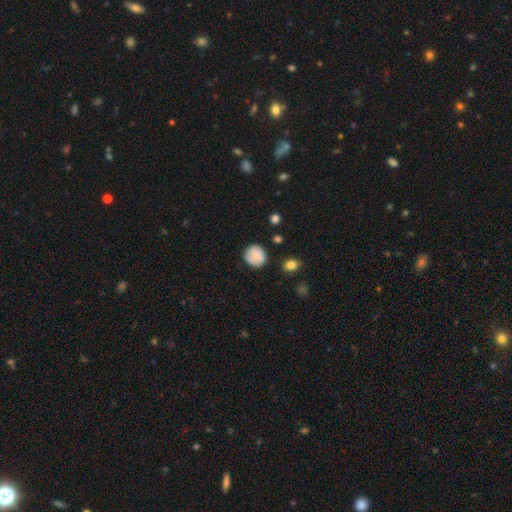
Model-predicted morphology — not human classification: Smooth or featured: smooth — 76% (featured or disk — 16%)
How rounded: round — 87% (in between — 12%)
Merging: none — 78% (minor disturbance — 16%)